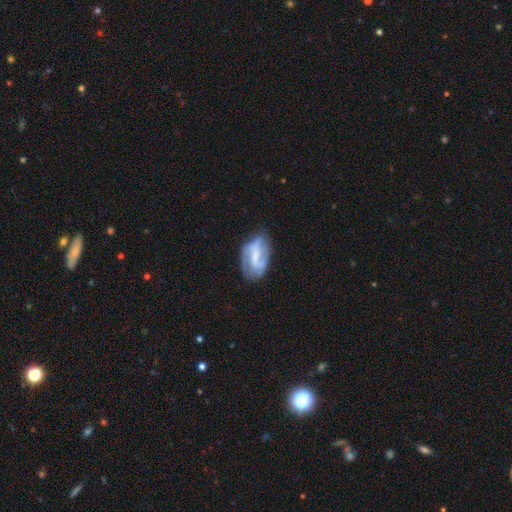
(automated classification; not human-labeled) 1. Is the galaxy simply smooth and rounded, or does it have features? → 70% featured or disk, 23% smooth, 7% star or artifact.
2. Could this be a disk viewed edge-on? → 96% no, 4% yes.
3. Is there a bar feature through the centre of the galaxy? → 46% weak, 27% strong, 27% no.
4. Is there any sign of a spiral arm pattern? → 85% yes, 15% no.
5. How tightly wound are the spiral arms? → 42% medium, 38% loose, 21% tight.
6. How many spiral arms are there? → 69% 2, 15% can't tell, 7% 3, 5% 1, 2% 4, 2% more than 4.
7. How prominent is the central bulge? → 41% small, 27% moderate, 27% none, 5% large, 1% dominant.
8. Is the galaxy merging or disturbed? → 60% none, 25% minor disturbance, 13% major disturbance, 2% merger.